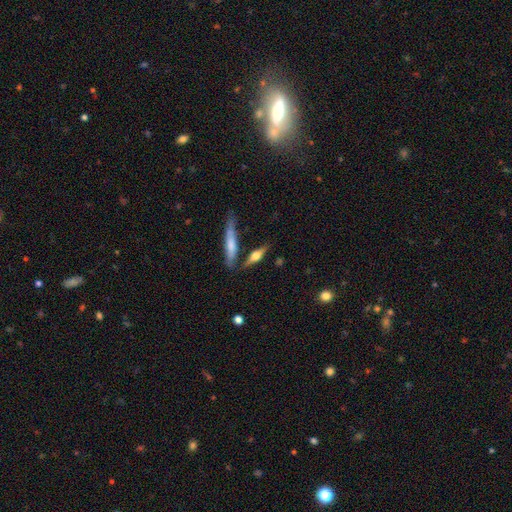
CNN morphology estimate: Smooth or featured?
  - featured or disk: 49% *
  - smooth: 44%
  - star or artifact: 7%
Merging?
  - none: 72% *
  - minor disturbance: 13%
  - merger: 11%
  - major disturbance: 4%